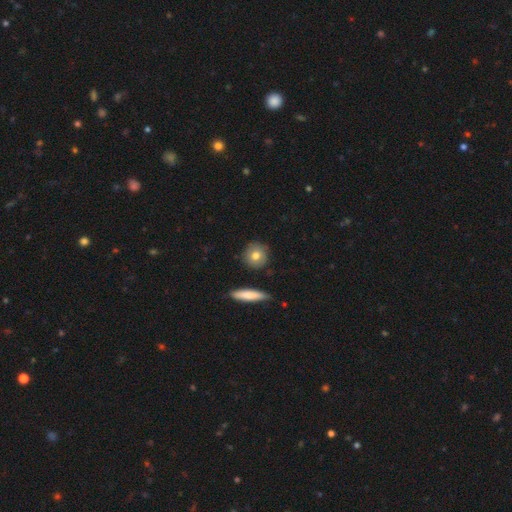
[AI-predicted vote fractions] Overall: smooth (73%). How rounded: round (84%). Merging: none (84%).